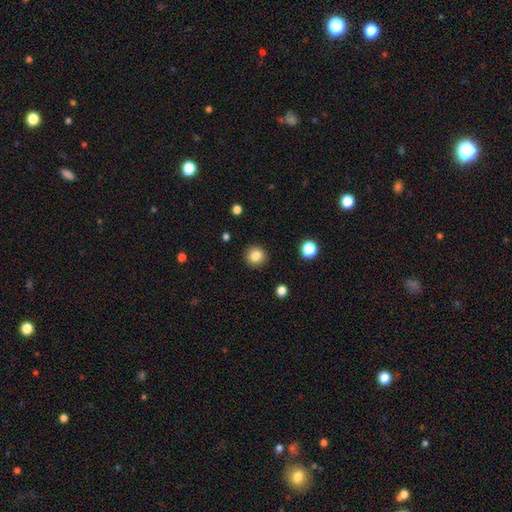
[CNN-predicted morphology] Smooth or featured?
  - smooth: 84% *
  - star or artifact: 11%
  - featured or disk: 5%
How rounded?
  - round: 92% *
  - in between: 7%
  - cigar-shaped: 1%
Merging?
  - none: 91% *
  - minor disturbance: 6%
  - major disturbance: 2%
  - merger: 1%